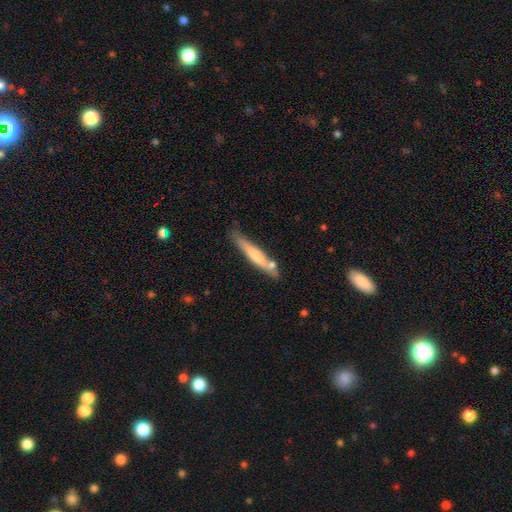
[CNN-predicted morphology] Smooth or featured: smooth — 59% (featured or disk — 35%)
How rounded: cigar-shaped — 92% (in between — 7%)
Merging: none — 68% (minor disturbance — 18%)